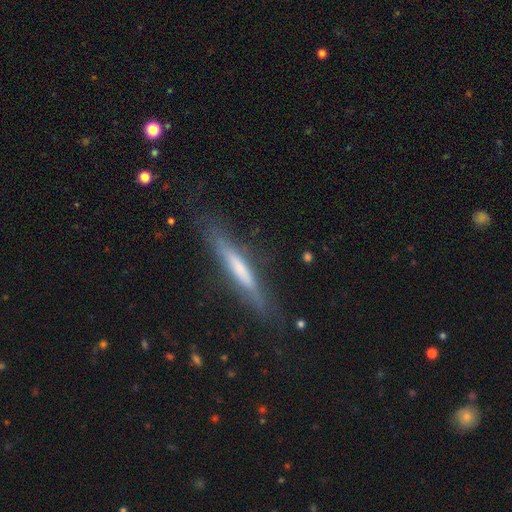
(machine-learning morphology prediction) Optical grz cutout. It shows a featured or disk galaxy (58%) viewed edge-on (93%) with no central bulge (59%). Merging: none (84%).